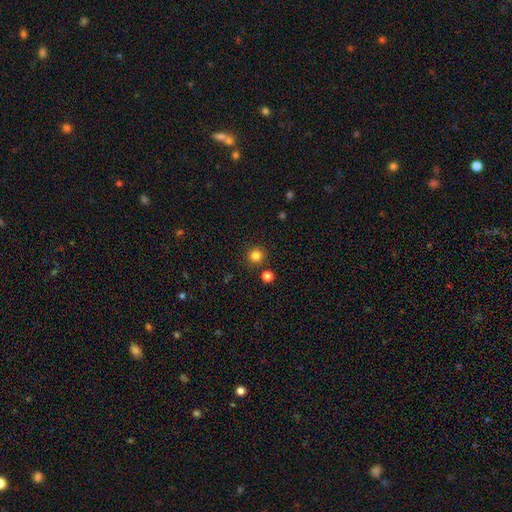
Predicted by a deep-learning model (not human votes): This appears to be a smooth galaxy with no disk features (83%) that is round (93%). Merging: none (86%).